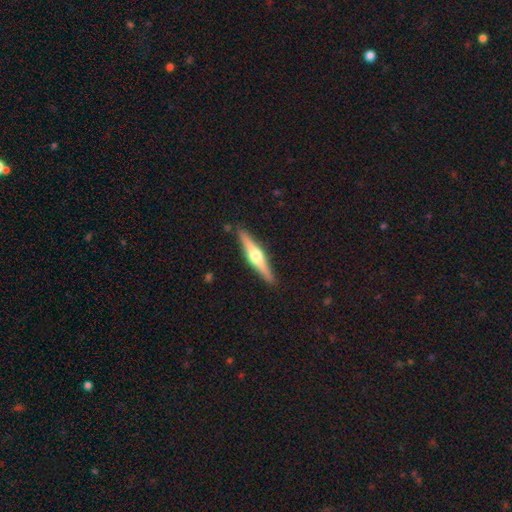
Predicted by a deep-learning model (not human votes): This appears to be a featured or disk galaxy (73%) viewed edge-on (98%) with a rounded central bulge (94%). Merging: none (89%).